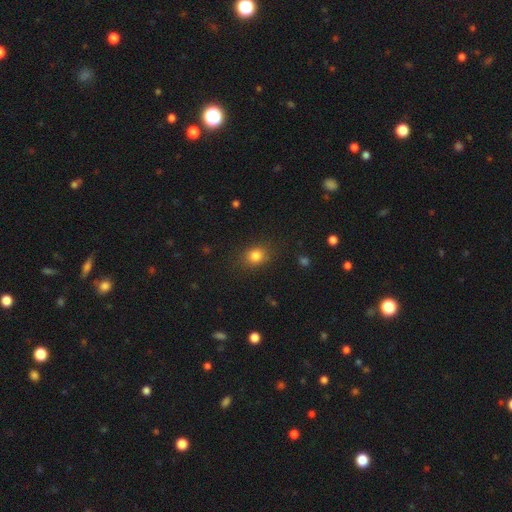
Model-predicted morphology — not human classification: A smooth galaxy with no disk features (82%) that is round (56%). Merging: none (84%).